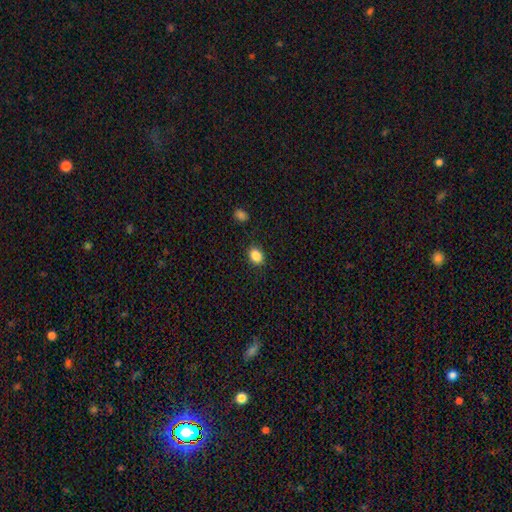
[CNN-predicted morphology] Smooth or featured? Predicted: smooth (p=0.87). How rounded? Predicted: in between (p=0.61). Merging? Predicted: none (p=0.87).